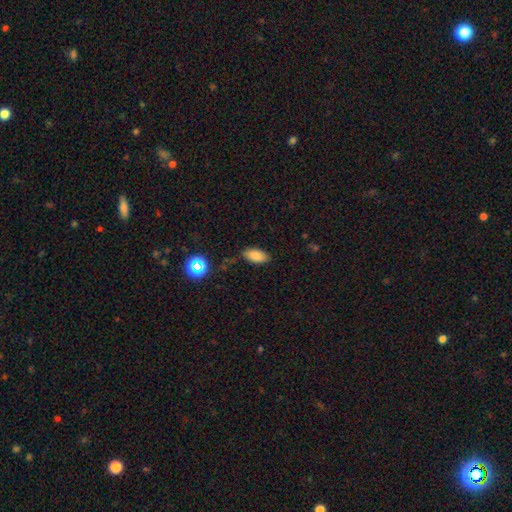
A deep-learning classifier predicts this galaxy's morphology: The model was most divided on "merging": none: 76%, minor disturbance: 18%, major disturbance: 4%, merger: 2%. More confident: how rounded — in between (92%); smooth or featured — smooth (84%).